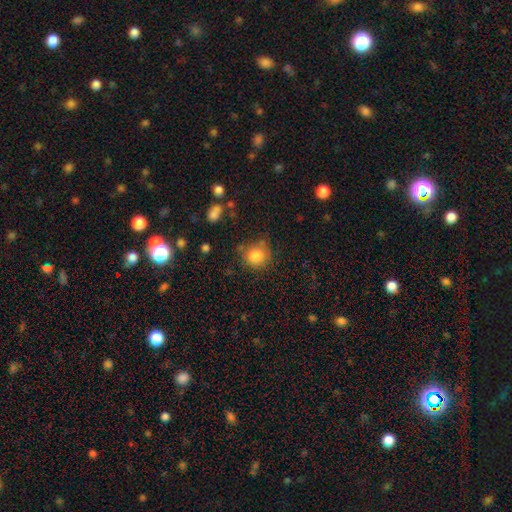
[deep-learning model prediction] Smooth or featured? Predicted: smooth (p=0.84). How rounded? Predicted: round (p=0.83). Merging? Predicted: none (p=0.67).